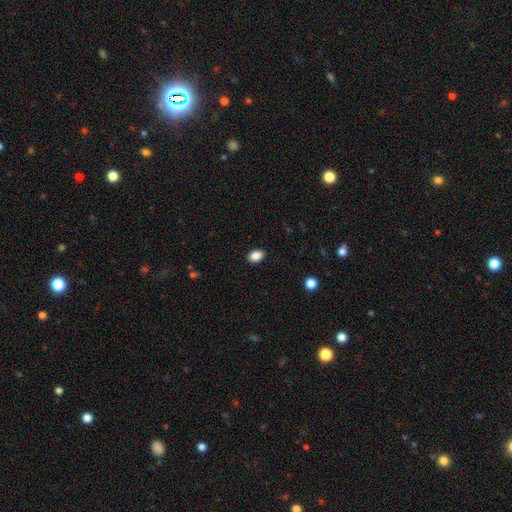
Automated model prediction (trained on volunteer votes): This appears to be a smooth galaxy with no disk features (87%) that is in between round and cigar-shaped (81%). Merging: none (89%).